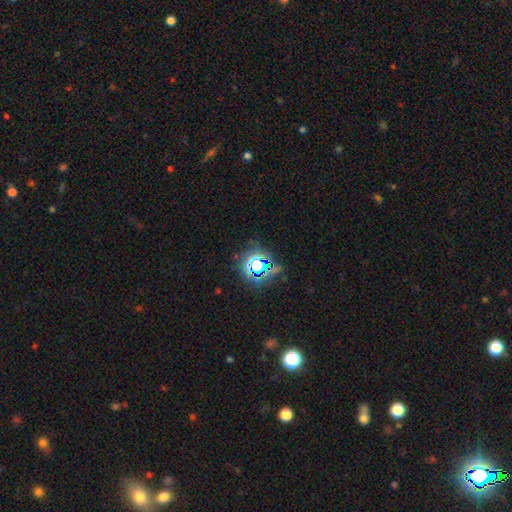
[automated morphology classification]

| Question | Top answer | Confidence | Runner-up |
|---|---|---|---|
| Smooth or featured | star or artifact | 75% | smooth (15%) |